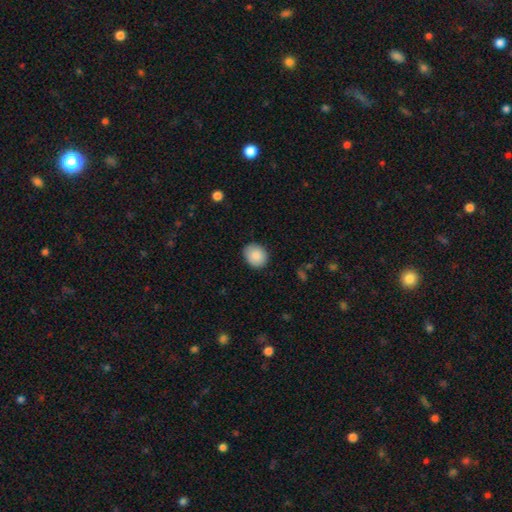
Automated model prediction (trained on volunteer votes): A smooth galaxy with no disk features (88%) that is round (62%).

Vote fractions:
- Smooth or featured? smooth: 88% / star or artifact: 7% / featured or disk: 5%
- How rounded? round: 62% / in between: 37% / cigar-shaped: 1%
- Merging? none: 84% / minor disturbance: 13% / major disturbance: 2% / merger: 1%